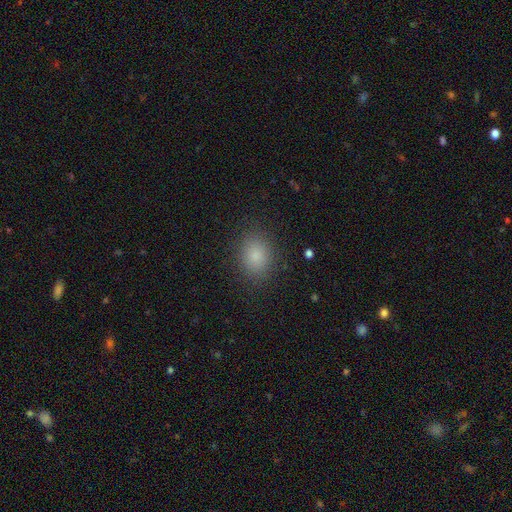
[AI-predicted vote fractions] Smooth or featured: smooth — 83% (star or artifact — 11%)
How rounded: round — 51% (in between — 48%)
Merging: none — 87% (minor disturbance — 9%)